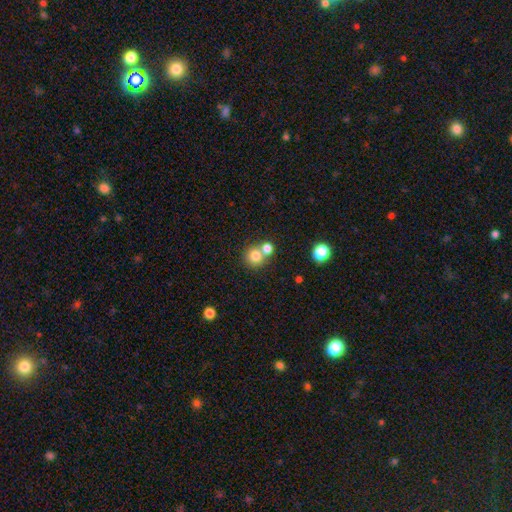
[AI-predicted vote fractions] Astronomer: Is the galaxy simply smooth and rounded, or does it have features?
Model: smooth — 79%.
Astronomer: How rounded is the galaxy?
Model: round — 89%.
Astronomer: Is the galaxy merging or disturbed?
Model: none — 52% (runner-up: merger, 39%).